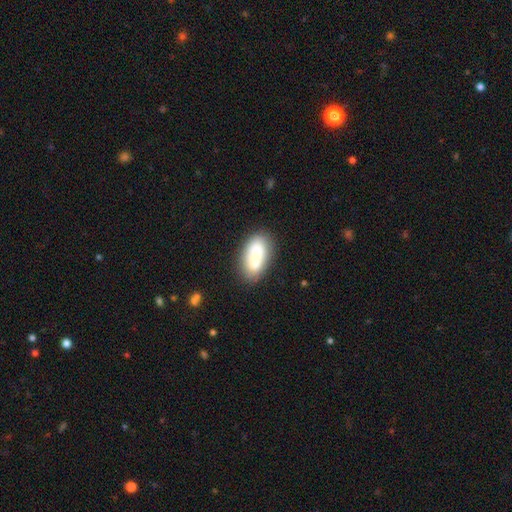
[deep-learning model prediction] A smooth galaxy with no disk features (62%) that is in between round and cigar-shaped (92%).

Vote fractions:
- Smooth or featured? smooth: 62% / featured or disk: 30% / star or artifact: 8%
- How rounded? in between: 92% / round: 5% / cigar-shaped: 4%
- Merging? none: 66% / minor disturbance: 18% / merger: 10% / major disturbance: 6%